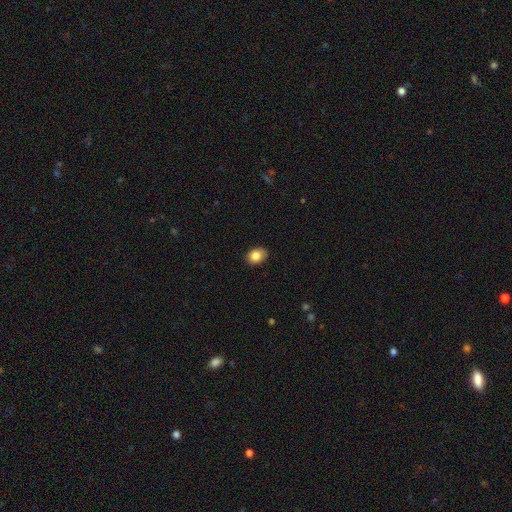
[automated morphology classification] Smooth or featured?
  - smooth: 84% *
  - star or artifact: 8%
  - featured or disk: 7%
How rounded?
  - in between: 65% *
  - round: 34%
  - cigar-shaped: 1%
Merging?
  - none: 85% *
  - minor disturbance: 12%
  - major disturbance: 2%
  - merger: 1%